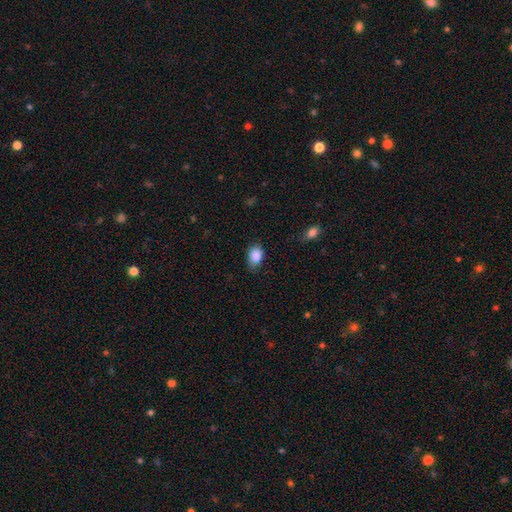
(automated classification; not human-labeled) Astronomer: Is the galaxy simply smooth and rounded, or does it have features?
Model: smooth — 88%.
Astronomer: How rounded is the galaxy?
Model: in between — 79%.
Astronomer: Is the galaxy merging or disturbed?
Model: none — 71%.